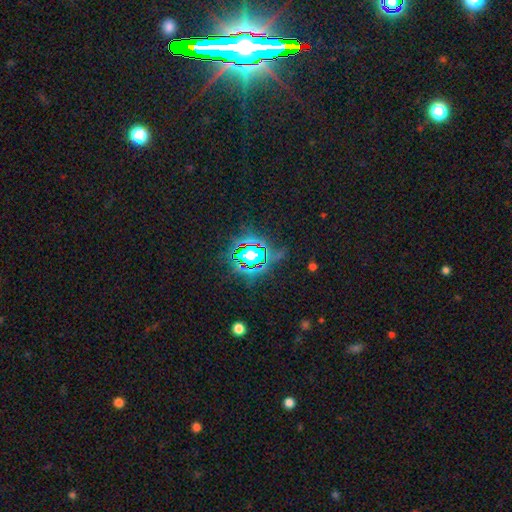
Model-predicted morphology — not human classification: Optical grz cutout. It shows a star or artifact, not a galaxy (84%).